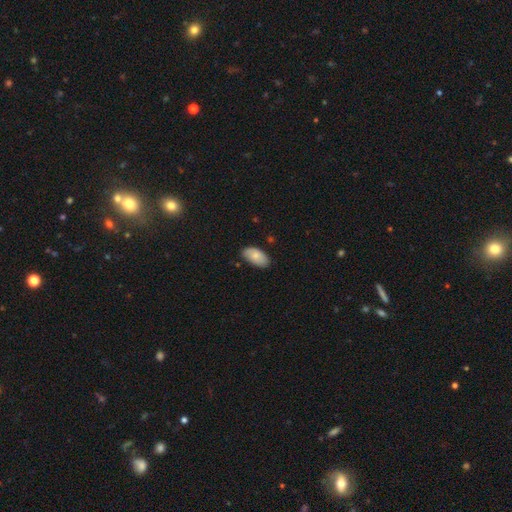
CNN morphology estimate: type=smooth (80%); roundness=in between (95%); merging=none (79%).